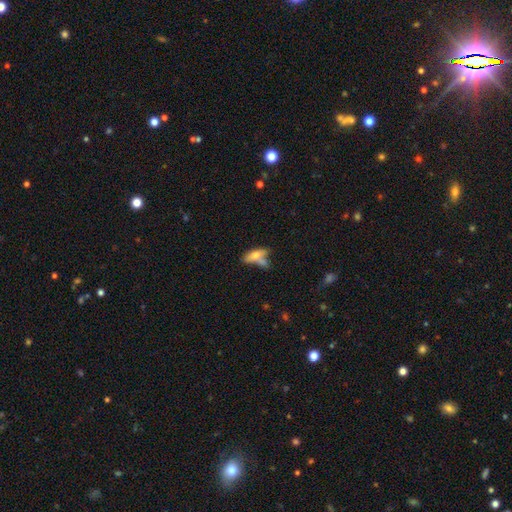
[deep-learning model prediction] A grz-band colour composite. It shows a smooth galaxy with no disk features (62%) that is in between round and cigar-shaped (66%). Merging: none (37%).